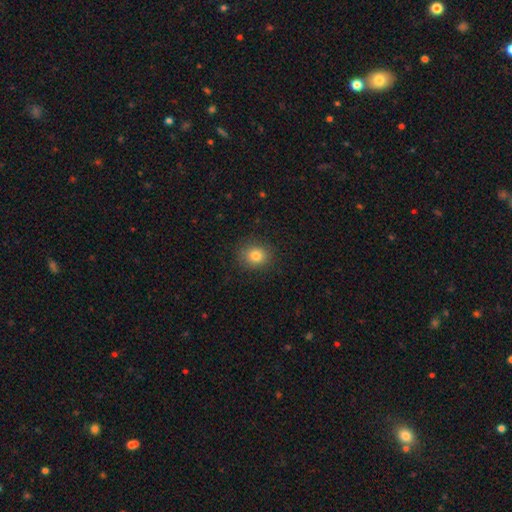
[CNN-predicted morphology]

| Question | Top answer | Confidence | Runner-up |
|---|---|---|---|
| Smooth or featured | smooth | 82% | star or artifact (11%) |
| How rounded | round | 73% | in between (26%) |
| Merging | none | 88% | minor disturbance (8%) |